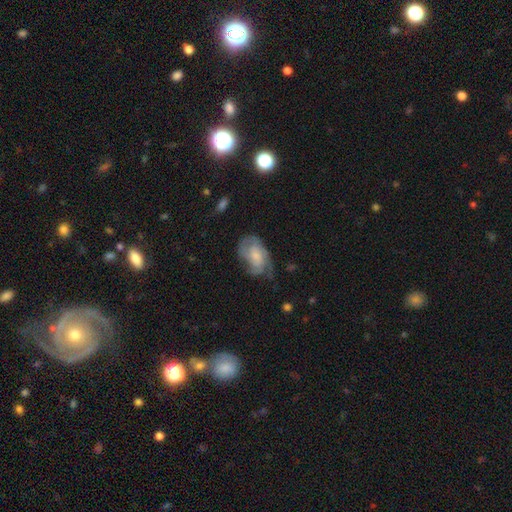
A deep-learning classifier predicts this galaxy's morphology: smooth_or_featured: featured or disk (p=0.62) [alt: smooth p=0.31]
disk_edge_on: no (p=0.96) [alt: yes p=0.04]
bar: no (p=0.68) [alt: weak p=0.27]
has_spiral_arms: yes (p=0.85) [alt: no p=0.15]
spiral_winding: medium (p=0.42) [alt: tight p=0.41]
spiral_arm_count: can't tell (p=0.34) [alt: 2 p=0.31]
bulge_size: small (p=0.43) [alt: moderate p=0.32]
merging: none (p=0.50) [alt: minor disturbance p=0.29]